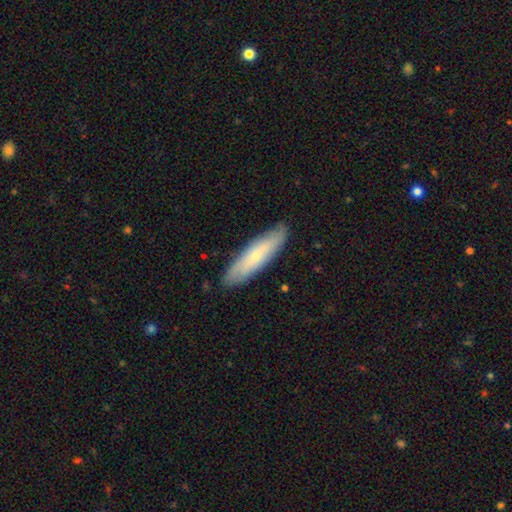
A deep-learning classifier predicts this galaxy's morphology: smooth_or_featured: smooth (p=0.56) [alt: featured or disk p=0.38]
how_rounded: cigar-shaped (p=0.73) [alt: in between p=0.25]
merging: none (p=0.87) [alt: minor disturbance p=0.11]